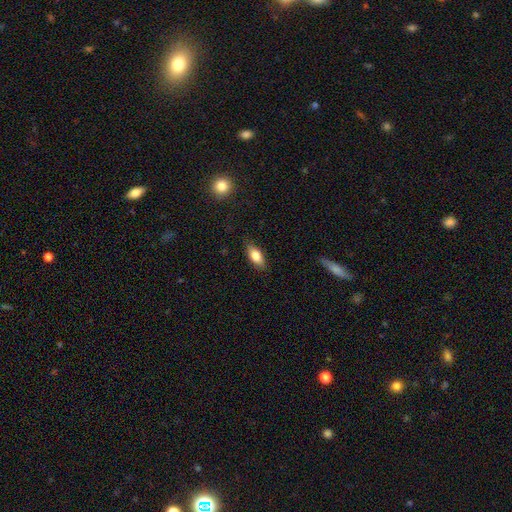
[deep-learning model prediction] This is likely a smooth galaxy (77%). How rounded: clearly in between (82%). Merging: clearly none (84%).